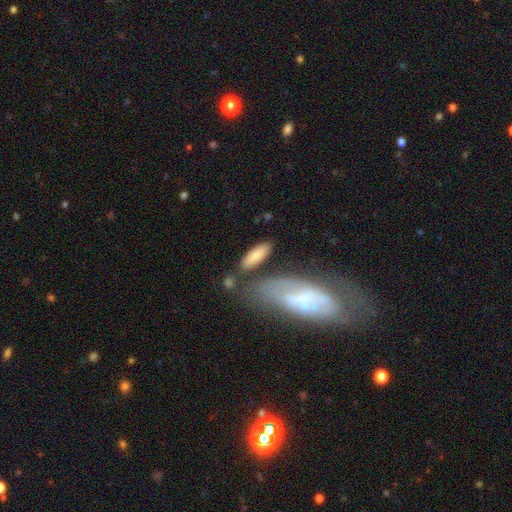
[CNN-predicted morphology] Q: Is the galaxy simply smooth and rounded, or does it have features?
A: smooth — 73%.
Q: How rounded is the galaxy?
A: in between — 62%.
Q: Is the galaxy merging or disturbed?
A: none — 68%.